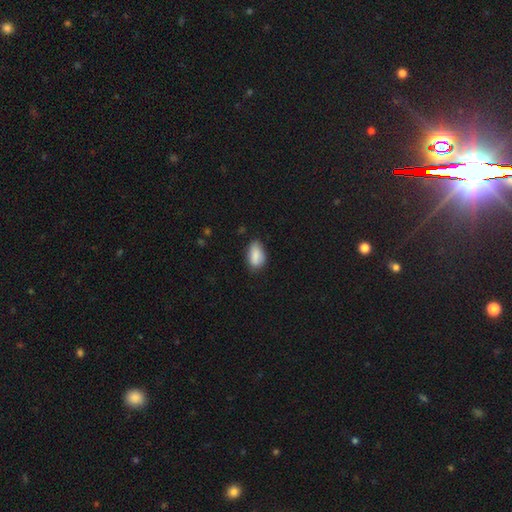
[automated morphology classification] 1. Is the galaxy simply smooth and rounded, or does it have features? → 87% smooth, 7% star or artifact, 6% featured or disk.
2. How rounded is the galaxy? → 91% in between, 6% round, 3% cigar-shaped.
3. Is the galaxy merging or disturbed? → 71% none, 24% minor disturbance, 3% major disturbance, 2% merger.